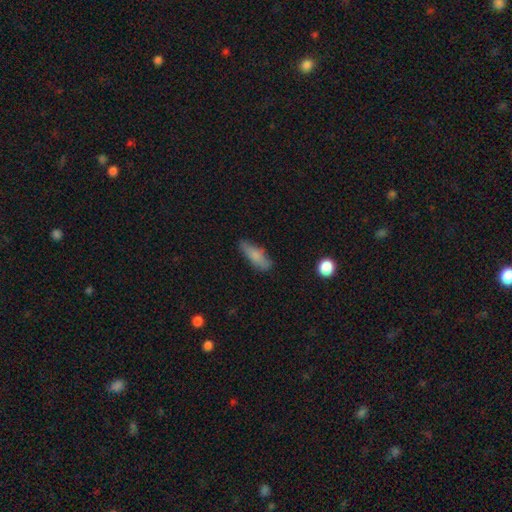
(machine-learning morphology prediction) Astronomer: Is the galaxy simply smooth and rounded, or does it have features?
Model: smooth — 79%.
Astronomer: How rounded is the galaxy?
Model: in between — 54% (runner-up: cigar-shaped, 44%).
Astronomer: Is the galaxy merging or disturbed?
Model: none — 74%.